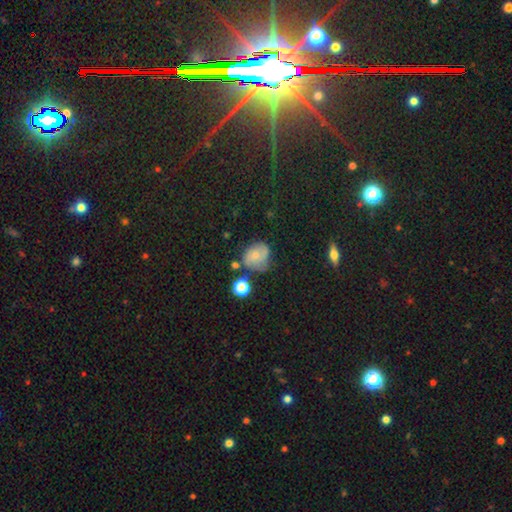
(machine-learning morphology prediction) A smooth galaxy with no disk features (50%). Merging: none (49%).